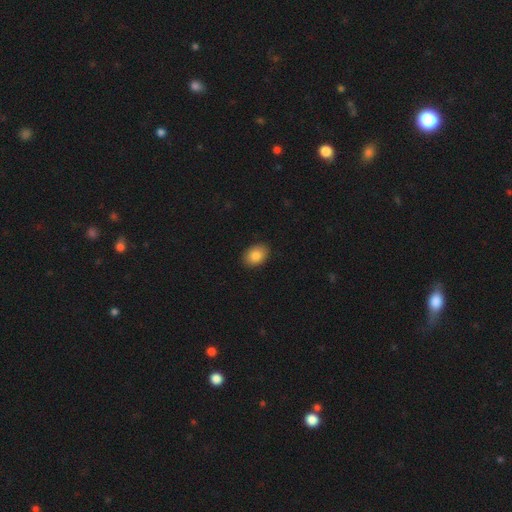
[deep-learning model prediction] Smooth or featured?
  - smooth: 85% *
  - star or artifact: 8%
  - featured or disk: 7%
How rounded?
  - in between: 79% *
  - round: 20%
  - cigar-shaped: 1%
Merging?
  - none: 89% *
  - minor disturbance: 8%
  - major disturbance: 2%
  - merger: 1%